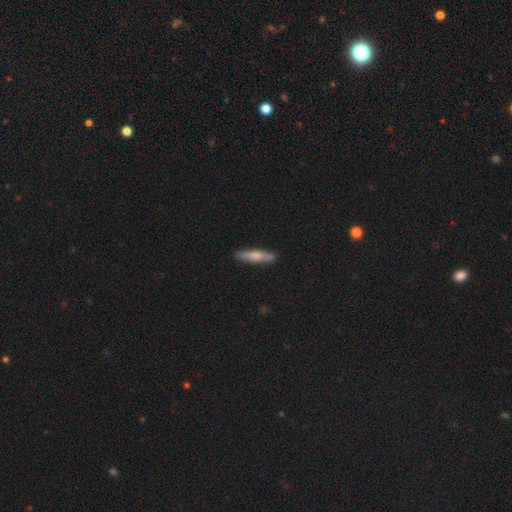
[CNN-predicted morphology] This appears to be a smooth galaxy with no disk features (64%) that is cigar-shaped (85%). Merging: none (86%).